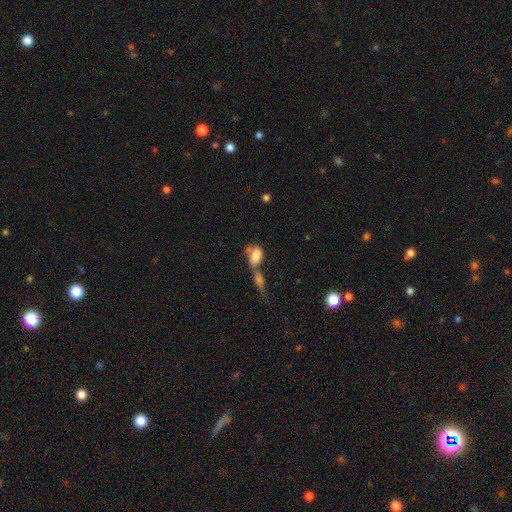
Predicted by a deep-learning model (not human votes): Smooth or featured? smooth (79%)
How rounded? in between (88%)
Merging? merger (60%)